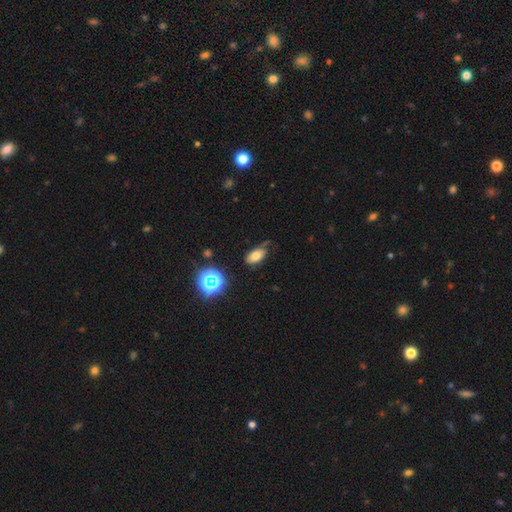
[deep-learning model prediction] This appears to be a smooth galaxy with no disk features (71%) that is in between round and cigar-shaped (91%). Merging: none (66%).